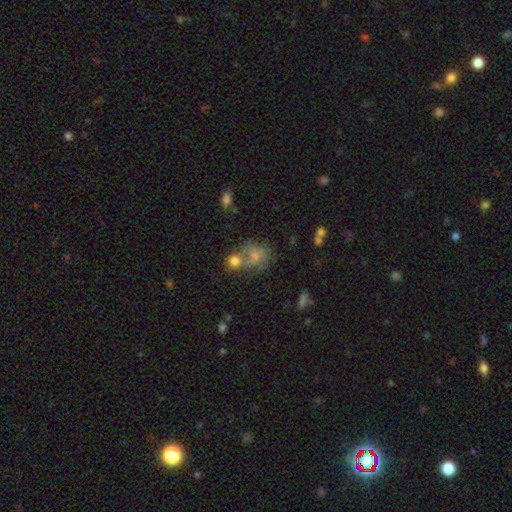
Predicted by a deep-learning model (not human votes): This appears to be a smooth galaxy with no disk features (49%). Merging: merger (41%).